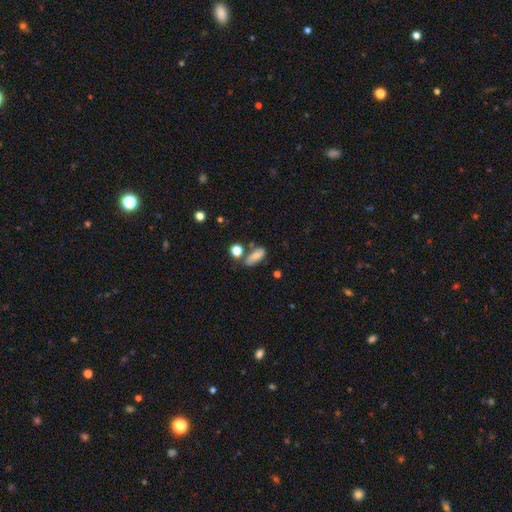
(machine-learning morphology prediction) A smooth galaxy with no disk features (73%) that is in between round and cigar-shaped (78%). Merging: none (58%).